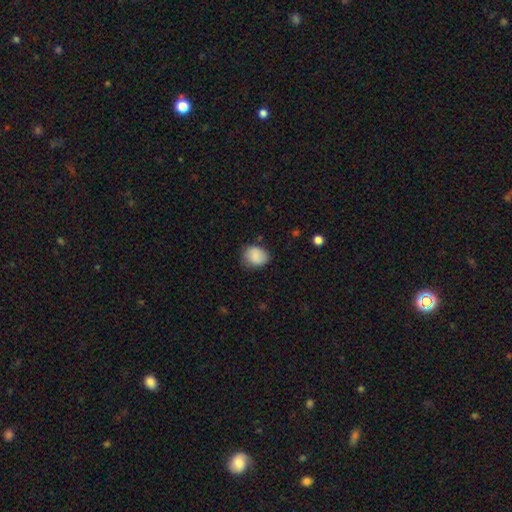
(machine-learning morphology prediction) Smooth or featured? Predicted: smooth (p=0.84). How rounded? Predicted: round (p=0.55). Merging? Predicted: none (p=0.72).